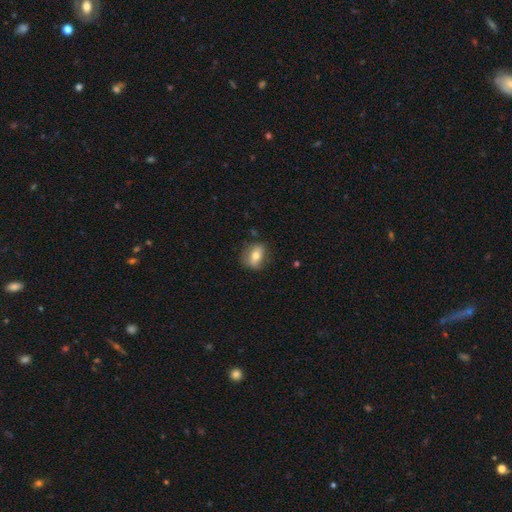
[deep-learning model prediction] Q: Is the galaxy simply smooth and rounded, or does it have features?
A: smooth — 64%.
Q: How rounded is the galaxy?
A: in between — 65%.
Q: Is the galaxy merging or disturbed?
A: none — 75%.